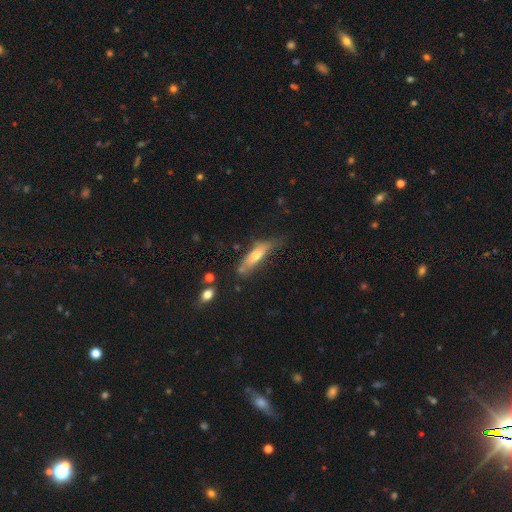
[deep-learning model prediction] Overall: smooth (62%; featured or disk 31%). How rounded: cigar-shaped (63%; in between 35%). Merging: none (47%; minor disturbance 33%).